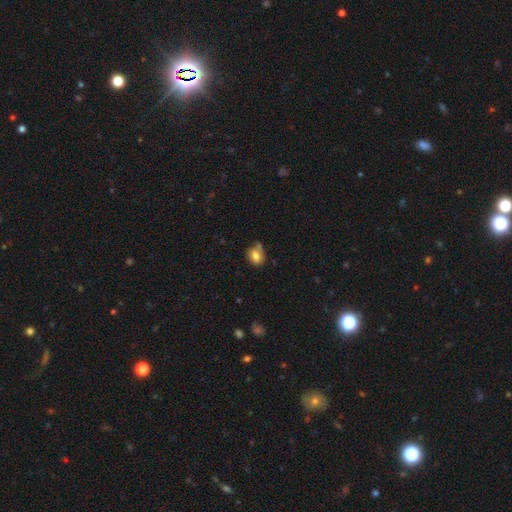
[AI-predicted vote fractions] Smooth or featured? smooth (79%)
How rounded? in between (53%)
Merging? none (54%)